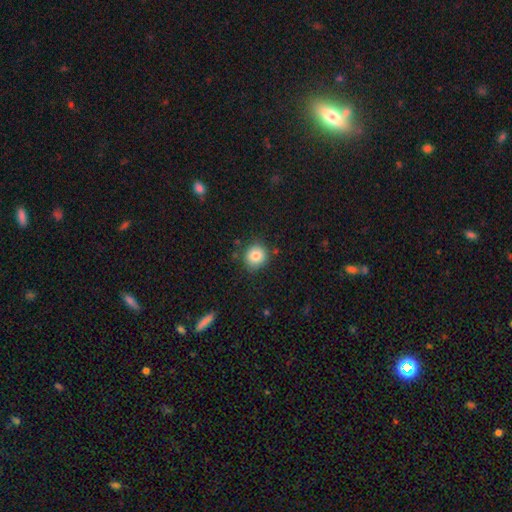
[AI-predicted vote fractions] Morphology: type=smooth (82%); roundness=round (88%); merging=none (85%).